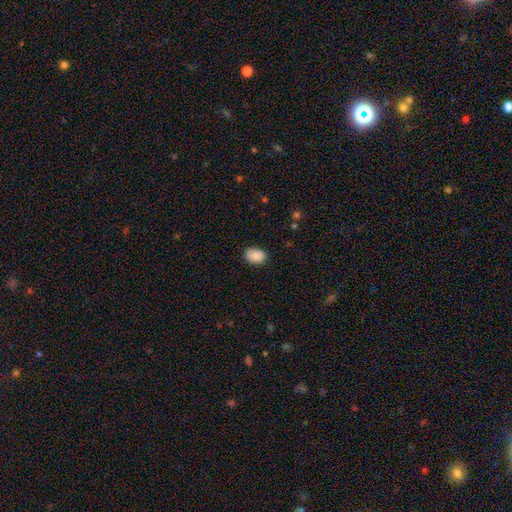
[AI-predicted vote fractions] Smooth or featured?
  - smooth: 90% *
  - star or artifact: 7%
  - featured or disk: 3%
How rounded?
  - in between: 77% *
  - round: 22%
  - cigar-shaped: 1%
Merging?
  - none: 84% *
  - minor disturbance: 13%
  - major disturbance: 2%
  - merger: 1%